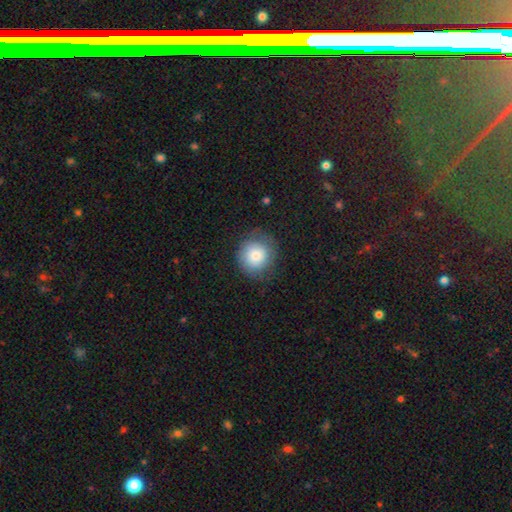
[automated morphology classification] type=smooth (77%); roundness=round (88%); merging=none (74%).